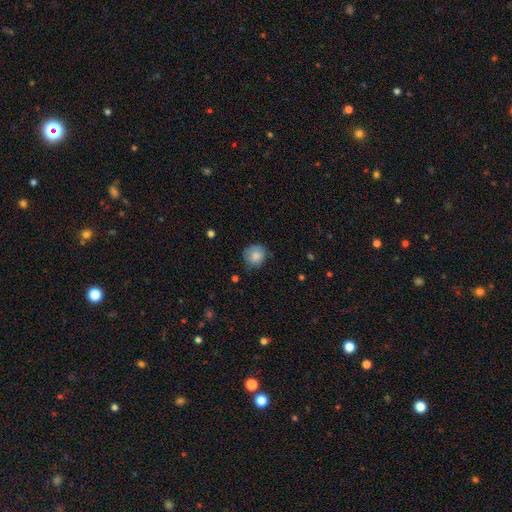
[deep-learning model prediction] smooth-or-featured: smooth: 83% | featured or disk: 9% | star or artifact: 8%
  how-rounded: round: 87% | in between: 12% | cigar-shaped: 1%
  merging: none: 72% | minor disturbance: 22% | major disturbance: 4% | merger: 1%